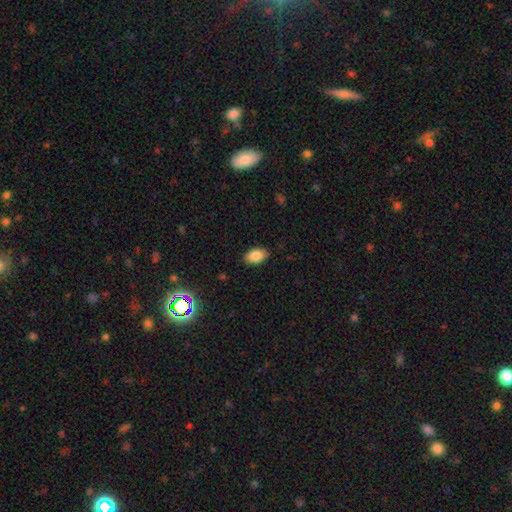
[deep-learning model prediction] smooth_or_featured: smooth (p=0.84) [alt: star or artifact p=0.09]
how_rounded: in between (p=0.92) [alt: round p=0.06]
merging: none (p=0.87) [alt: minor disturbance p=0.10]